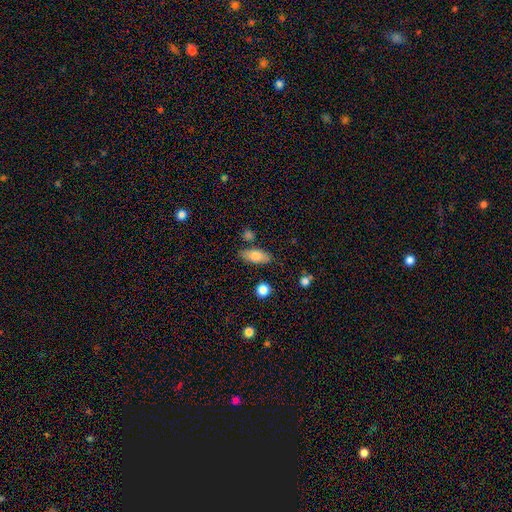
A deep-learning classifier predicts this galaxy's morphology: smooth-or-featured: smooth: 76% | featured or disk: 17% | star or artifact: 7%
  how-rounded: in between: 81% | cigar-shaped: 15% | round: 4%
  merging: none: 80% | minor disturbance: 12% | merger: 5% | major disturbance: 3%